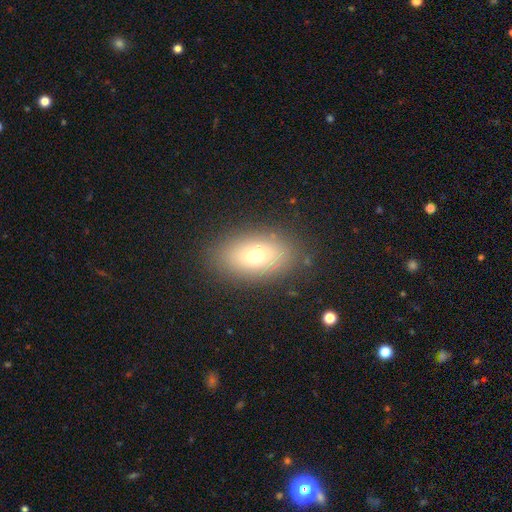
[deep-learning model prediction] Overall: smooth (69%). How rounded: in between (85%). Merging: none (84%).